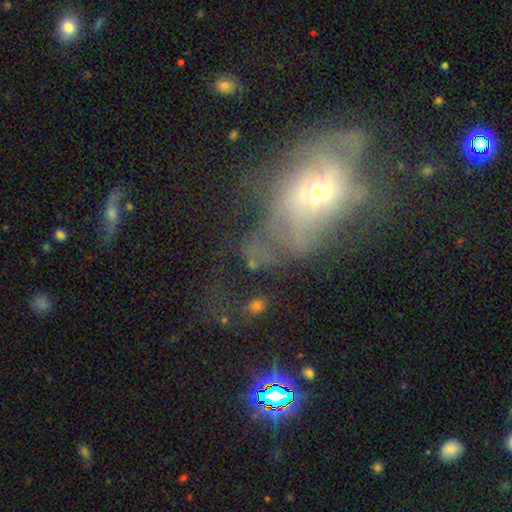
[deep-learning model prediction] The model was most divided on "smooth or featured": smooth: 42%, star or artifact: 30%, featured or disk: 28%. Remaining: merging — none (44%).